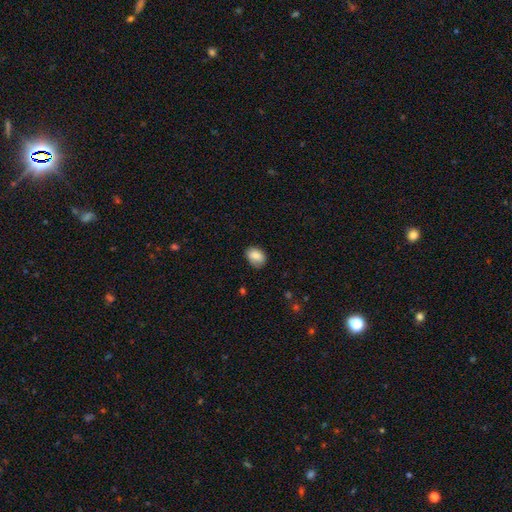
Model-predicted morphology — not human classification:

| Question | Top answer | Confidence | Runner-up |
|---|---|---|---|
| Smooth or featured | smooth | 84% | featured or disk (8%) |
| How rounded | in between | 78% | round (20%) |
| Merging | none | 75% | minor disturbance (20%) |